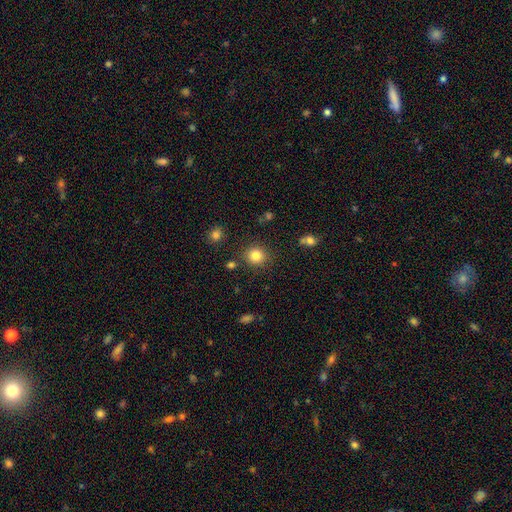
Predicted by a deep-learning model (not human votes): Smooth or featured?
  - smooth: 83% *
  - star or artifact: 11%
  - featured or disk: 6%
How rounded?
  - round: 90% *
  - in between: 9%
  - cigar-shaped: 1%
Merging?
  - none: 86% *
  - minor disturbance: 7%
  - merger: 4%
  - major disturbance: 3%